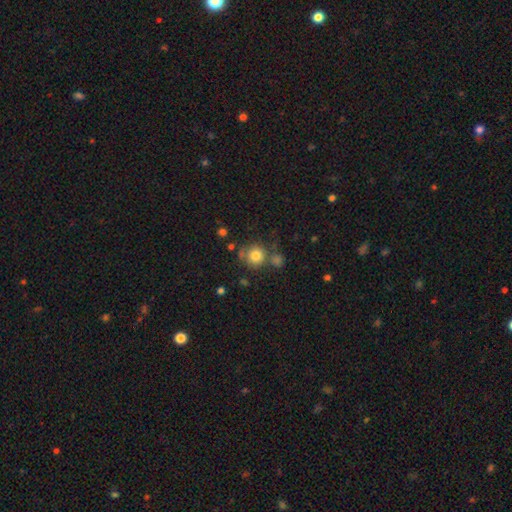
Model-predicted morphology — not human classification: smooth 80%, star or artifact 11%, featured or disk 9%. Down the decision tree: how rounded — round (91%); merging — none (67%).